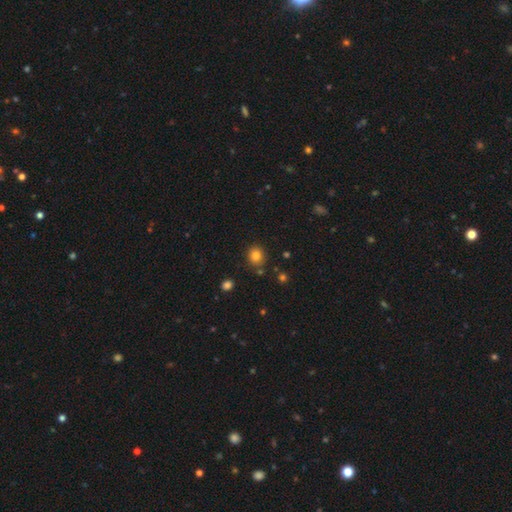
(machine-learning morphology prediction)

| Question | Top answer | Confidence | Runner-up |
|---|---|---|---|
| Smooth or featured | smooth | 82% | star or artifact (12%) |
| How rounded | round | 80% | in between (19%) |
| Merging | none | 84% | minor disturbance (9%) |